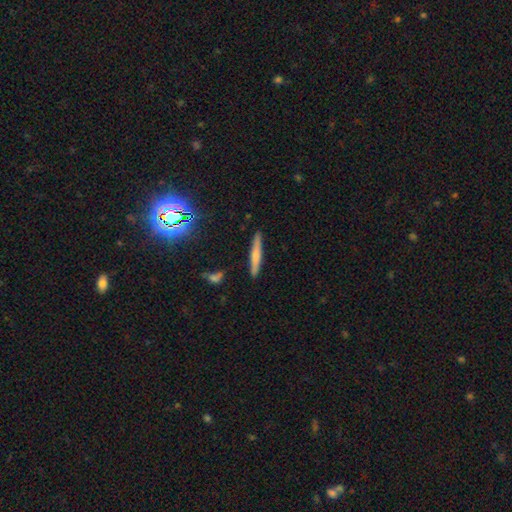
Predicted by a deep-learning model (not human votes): A smooth galaxy with no disk features (59%) that is cigar-shaped (93%). Merging: none (88%).